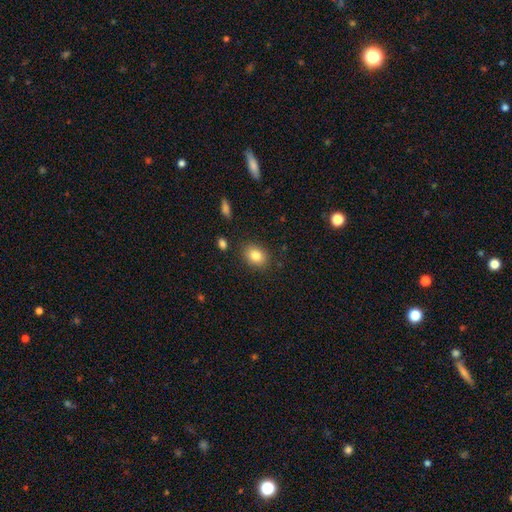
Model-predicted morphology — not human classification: smooth 83%, star or artifact 10%, featured or disk 7%. Down the decision tree: how rounded — in between (58%); merging — none (85%).